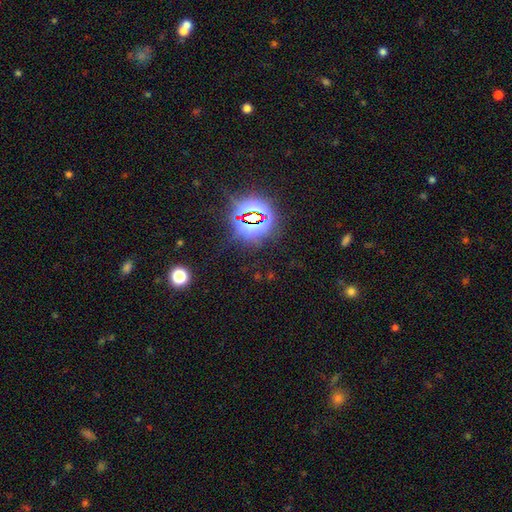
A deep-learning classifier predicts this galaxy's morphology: The model was most divided on "smooth or featured": star or artifact: 80%, smooth: 13%, featured or disk: 7%.